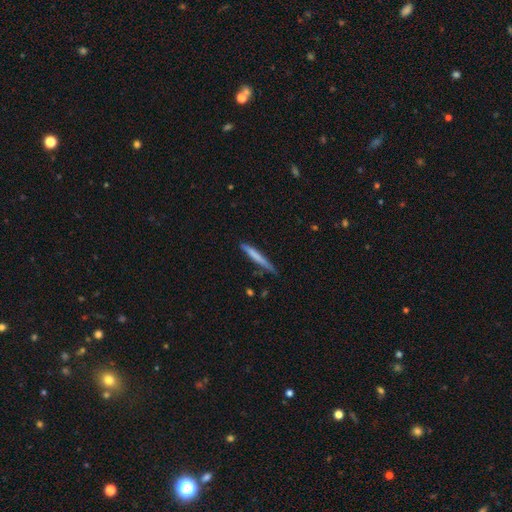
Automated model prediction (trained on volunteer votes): The model was most divided on "smooth or featured": smooth: 67%, featured or disk: 27%, star or artifact: 6%. More confident: how rounded — cigar-shaped (96%); merging — none (77%).